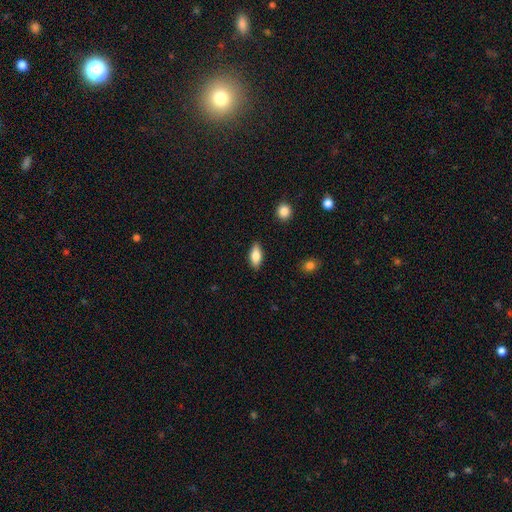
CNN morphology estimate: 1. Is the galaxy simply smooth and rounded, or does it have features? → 79% smooth, 14% featured or disk, 7% star or artifact.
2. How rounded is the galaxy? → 83% in between, 14% cigar-shaped, 3% round.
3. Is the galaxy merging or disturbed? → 87% none, 9% minor disturbance, 2% major disturbance, 1% merger.